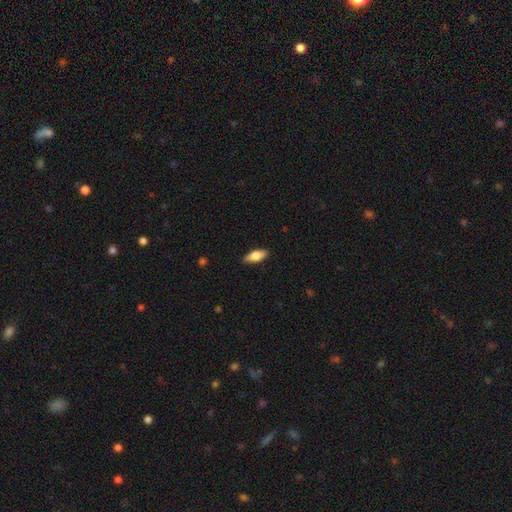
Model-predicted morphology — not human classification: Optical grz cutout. It shows a smooth galaxy with no disk features (78%) that is in between round and cigar-shaped (80%). Merging: none (87%).